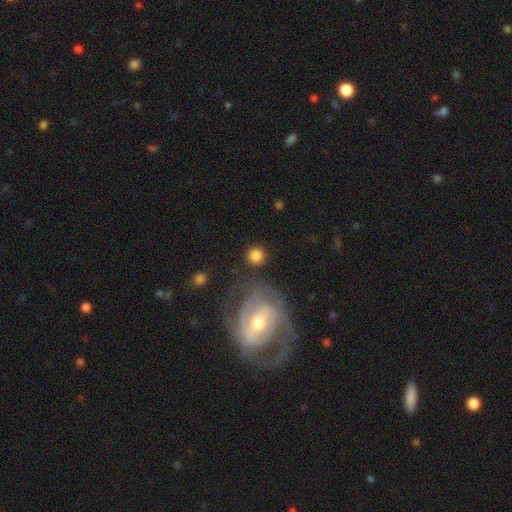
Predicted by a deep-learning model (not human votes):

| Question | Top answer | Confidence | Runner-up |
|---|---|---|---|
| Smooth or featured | smooth | 82% | featured or disk (9%) |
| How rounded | round | 92% | in between (7%) |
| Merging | none | 81% | minor disturbance (8%) |